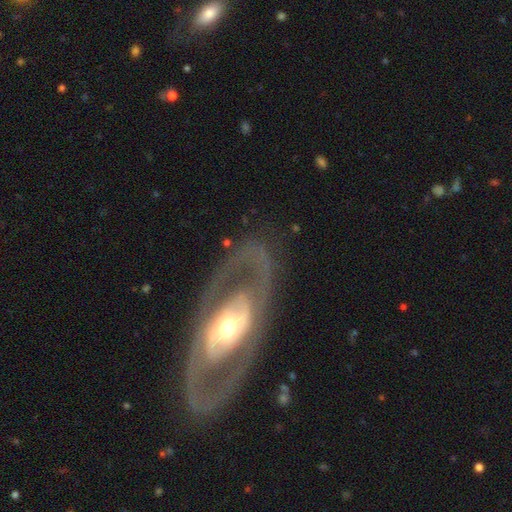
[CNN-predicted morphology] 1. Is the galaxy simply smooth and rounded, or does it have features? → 81% featured or disk, 13% smooth, 5% star or artifact.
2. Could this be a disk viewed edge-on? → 91% no, 9% yes.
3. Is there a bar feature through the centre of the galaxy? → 51% no, 27% weak, 22% strong.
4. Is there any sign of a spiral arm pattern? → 62% yes, 38% no.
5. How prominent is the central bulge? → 66% moderate, 18% small, 13% large, 2% dominant, 1% none.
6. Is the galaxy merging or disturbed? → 74% none, 12% minor disturbance, 12% major disturbance, 2% merger.